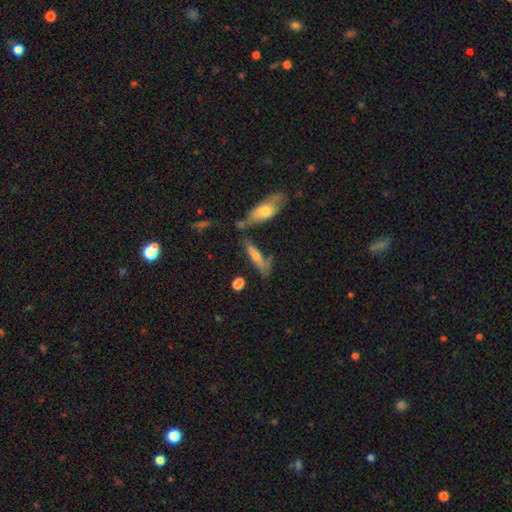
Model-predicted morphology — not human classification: Overall: smooth (50%; featured or disk 41%). How rounded: cigar-shaped (67%; in between 30%). Merging: none (49%; minor disturbance 21%).